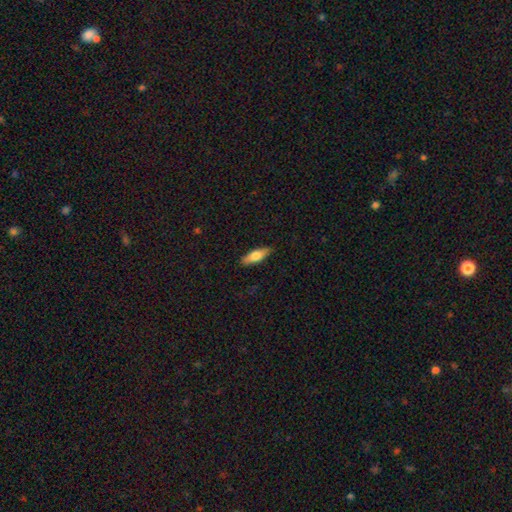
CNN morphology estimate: A smooth galaxy with no disk features (65%) that is in between round and cigar-shaped (55%). Merging: none (88%).